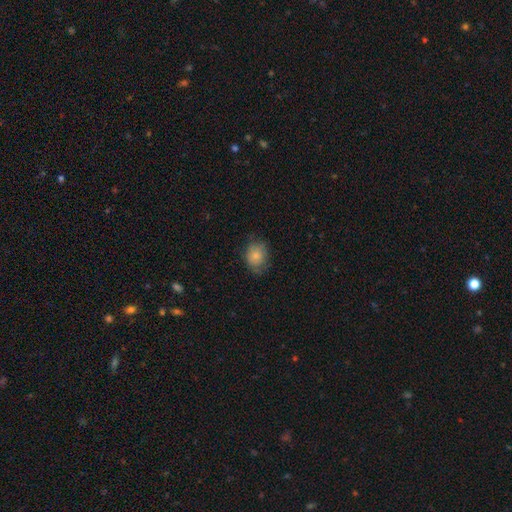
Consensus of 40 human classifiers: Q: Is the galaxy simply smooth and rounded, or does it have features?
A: smooth — 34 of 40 (85%).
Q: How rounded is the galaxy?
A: round — 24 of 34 (71%).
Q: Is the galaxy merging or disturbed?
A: none — 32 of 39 (82%).